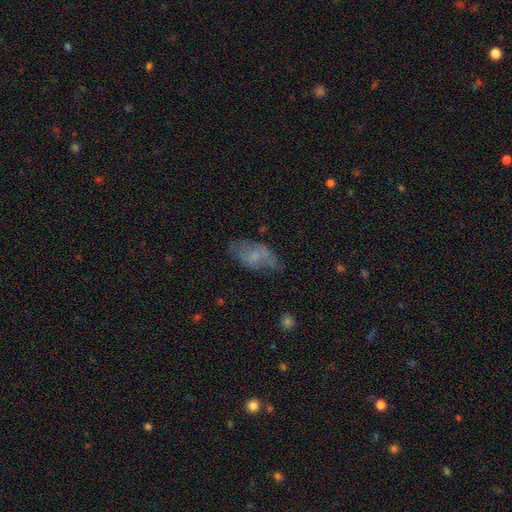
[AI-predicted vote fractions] Smooth or featured?
  - smooth: 55% *
  - featured or disk: 35%
  - star or artifact: 10%
How rounded?
  - in between: 90% *
  - cigar-shaped: 6%
  - round: 4%
Merging?
  - none: 46% *
  - minor disturbance: 32%
  - major disturbance: 19%
  - merger: 4%